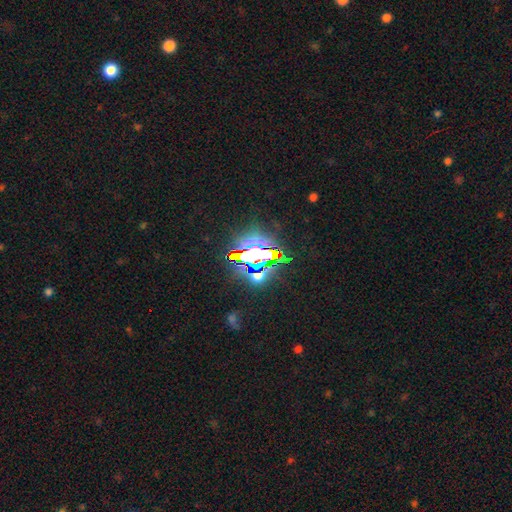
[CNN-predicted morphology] A star or artifact, not a galaxy (79%).

Vote fractions:
- Smooth or featured? star or artifact: 79% / smooth: 11% / featured or disk: 10%